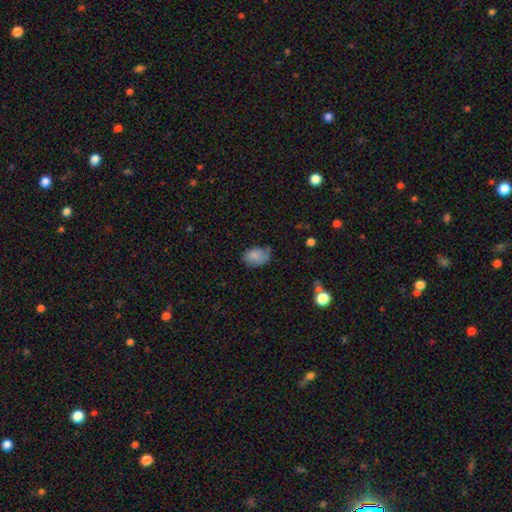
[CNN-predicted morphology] This is clearly a smooth galaxy (82%). How rounded: clearly in between (84%). Merging: possibly none (54%).